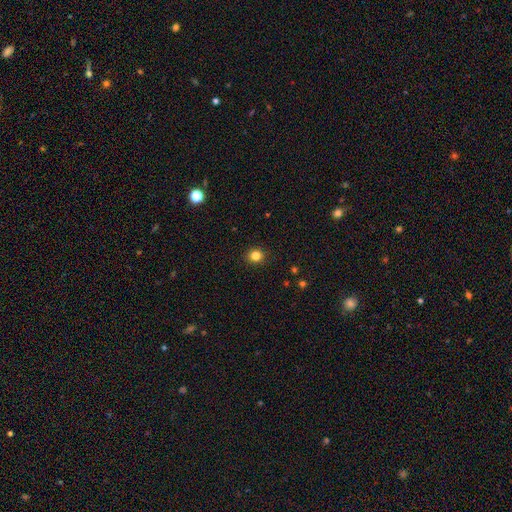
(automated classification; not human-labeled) Smooth or featured? Predicted: smooth (p=0.83). How rounded? Predicted: round (p=0.83). Merging? Predicted: none (p=0.91).